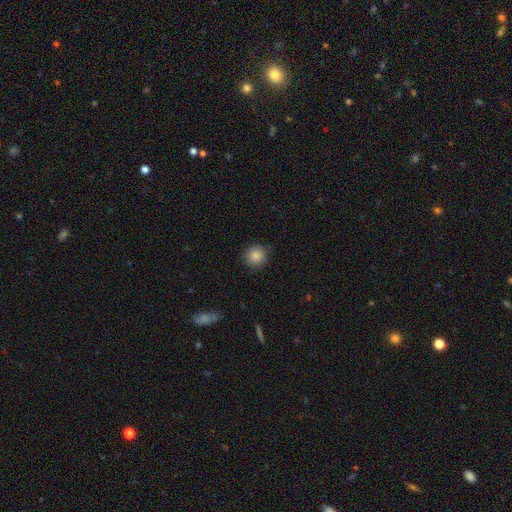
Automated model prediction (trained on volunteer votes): This is clearly a smooth galaxy (87%). How rounded: clearly round (93%). Merging: clearly none (88%).